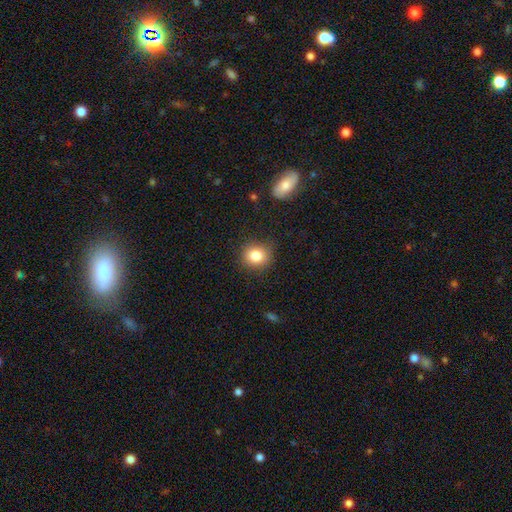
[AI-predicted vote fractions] smooth 82%, star or artifact 10%, featured or disk 7%. Down the decision tree: how rounded — round (82%); merging — none (84%).